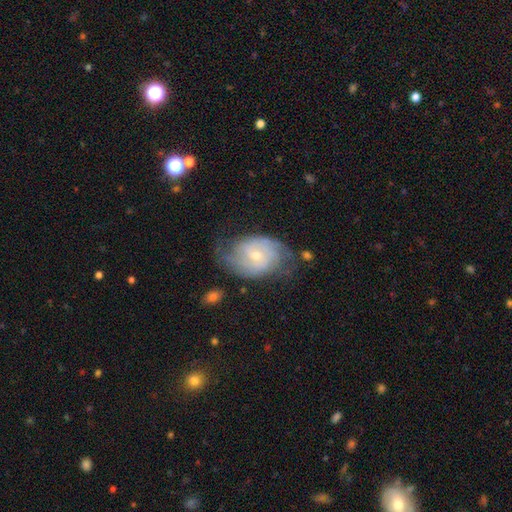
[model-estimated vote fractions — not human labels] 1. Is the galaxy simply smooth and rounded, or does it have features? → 76% featured or disk, 17% smooth, 7% star or artifact.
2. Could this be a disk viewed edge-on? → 97% no, 3% yes.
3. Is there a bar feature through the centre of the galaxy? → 57% no, 36% weak, 7% strong.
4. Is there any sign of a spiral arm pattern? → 91% yes, 9% no.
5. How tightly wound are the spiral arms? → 39% tight (tied), 39% medium (tied), 22% loose.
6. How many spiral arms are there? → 62% 2, 23% can't tell, 6% 3, 4% 1, 3% 4, 2% more than 4.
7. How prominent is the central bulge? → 63% small, 33% moderate, 2% large, 1% none, 1% dominant.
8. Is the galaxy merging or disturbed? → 61% none, 24% minor disturbance, 13% major disturbance, 2% merger.